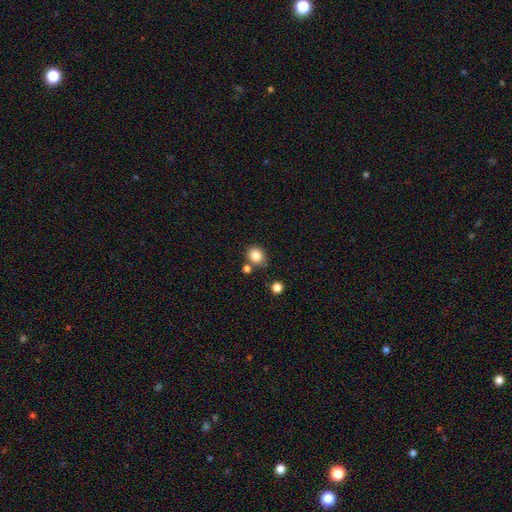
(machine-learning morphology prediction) Smooth or featured? smooth (85%)
How rounded? round (76%)
Merging? none (70%)